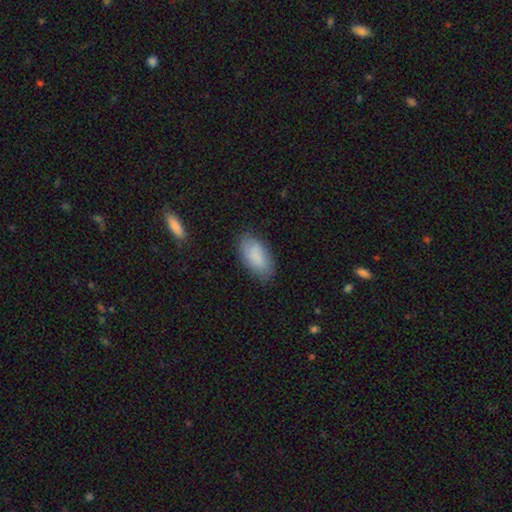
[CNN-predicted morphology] Smooth or featured: smooth — 83% (featured or disk — 10%)
How rounded: in between — 94% (cigar-shaped — 4%)
Merging: none — 79% (minor disturbance — 16%)